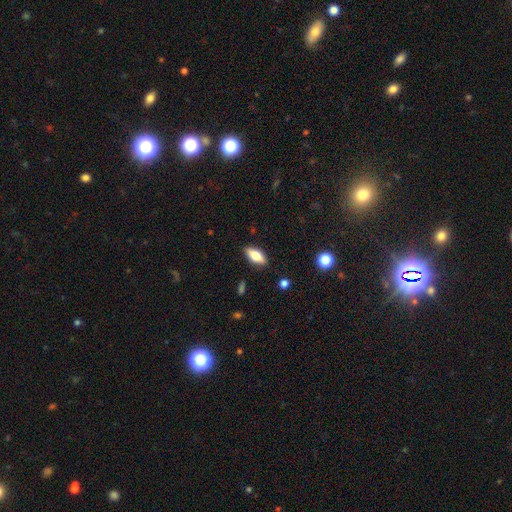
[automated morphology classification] Smooth or featured? smooth (66%)
How rounded? in between (79%)
Merging? none (86%)